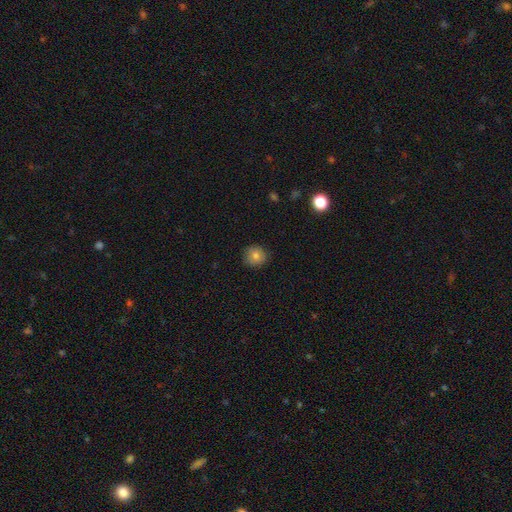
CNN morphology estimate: Smooth or featured? smooth (79%)
How rounded? round (90%)
Merging? none (87%)